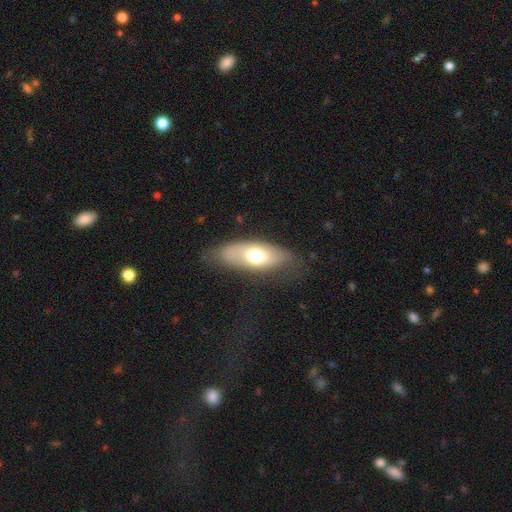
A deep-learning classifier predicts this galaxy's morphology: A smooth galaxy with no disk features (62%) that is in between round and cigar-shaped (81%).

Vote fractions:
- Smooth or featured? smooth: 62% / featured or disk: 30% / star or artifact: 7%
- How rounded? in between: 81% / cigar-shaped: 15% / round: 4%
- Merging? none: 67% / minor disturbance: 22% / major disturbance: 10% / merger: 1%